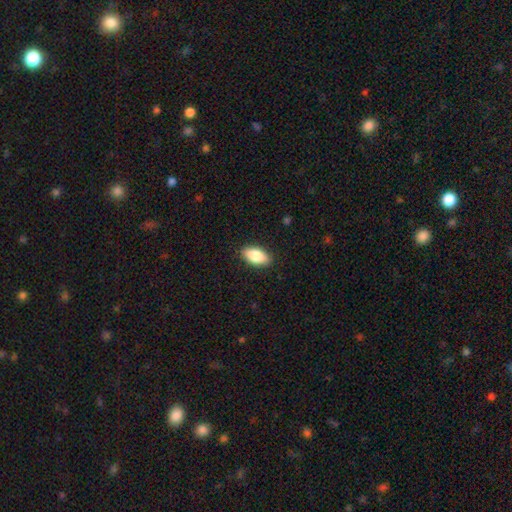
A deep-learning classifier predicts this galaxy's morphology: smooth 84%, featured or disk 10%, star or artifact 6%. Down the decision tree: how rounded — in between (92%); merging — none (88%).